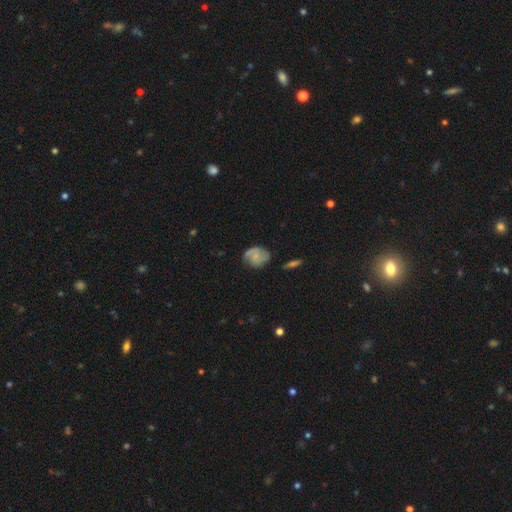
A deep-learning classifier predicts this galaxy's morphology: Overall: featured or disk (58%; smooth 35%). Edge-on disk: no (97%). Bar: no (66%; weak 29%). Spiral arms: yes (88%). Bulge size: small (59%; none 21%). Merging: none (62%; minor disturbance 26%).